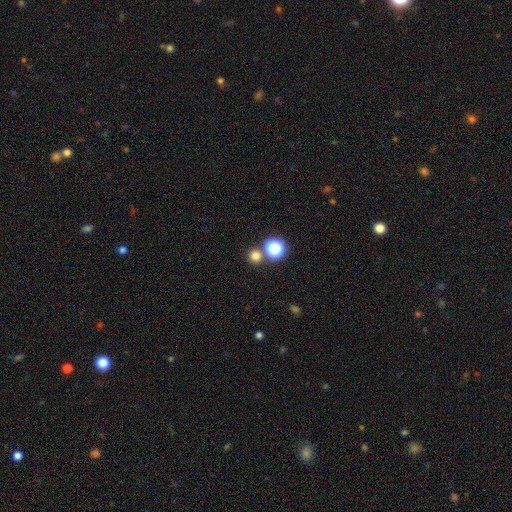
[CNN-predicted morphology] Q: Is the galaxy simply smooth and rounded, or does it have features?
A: smooth — 74%.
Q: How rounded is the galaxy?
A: round — 91%.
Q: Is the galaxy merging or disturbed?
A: none — 73%.